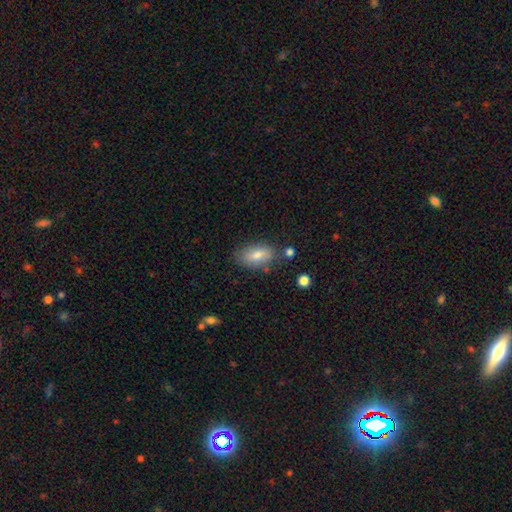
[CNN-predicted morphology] This appears to be a smooth galaxy with no disk features (78%) that is in between round and cigar-shaped (90%). Merging: none (75%).